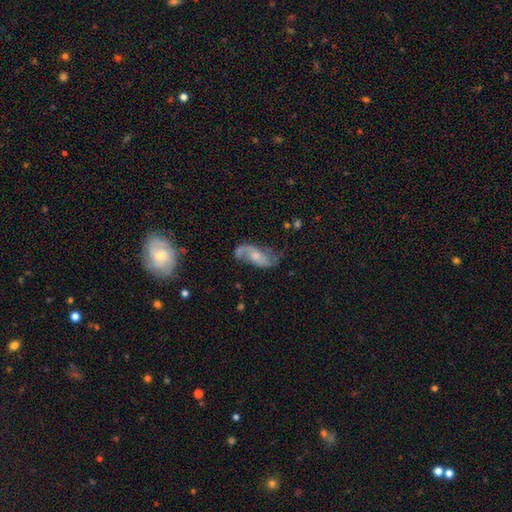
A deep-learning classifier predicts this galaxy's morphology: Smooth or featured: featured or disk — 72% (smooth — 20%)
Edge-on disk: no — 94% (yes — 6%)
Bar: no — 58% (weak — 34%)
Spiral arms: yes — 91% (no — 9%)
Spiral winding: loose — 53% (medium — 34%)
Spiral arm count: 2 — 79% (1 — 12%)
Bulge size: small — 43% (moderate — 42%)
Merging: none — 56% (minor disturbance — 23%)